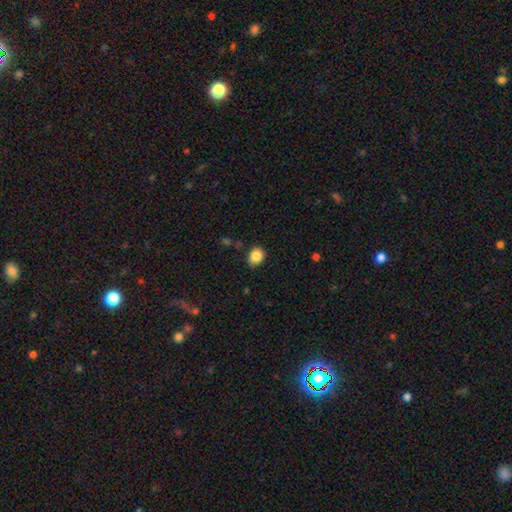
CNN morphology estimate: smooth_or_featured: smooth (p=0.86) [alt: star or artifact p=0.09]
how_rounded: round (p=0.57) [alt: in between p=0.43]
merging: none (p=0.77) [alt: minor disturbance p=0.18]